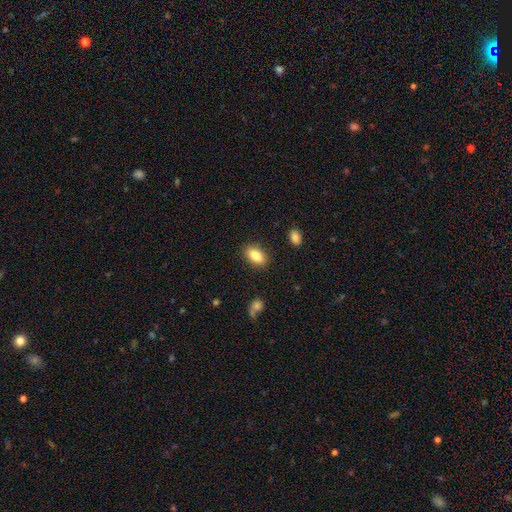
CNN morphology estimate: A smooth galaxy with no disk features (84%) that is in between round and cigar-shaped (89%). Merging: none (86%).